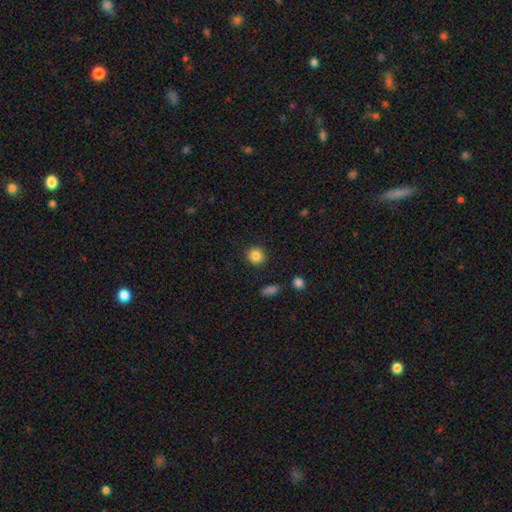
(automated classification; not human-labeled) A smooth galaxy with no disk features (86%) that is round (92%).

Vote fractions:
- Smooth or featured? smooth: 86% / star or artifact: 10% / featured or disk: 5%
- How rounded? round: 92% / in between: 7% / cigar-shaped: 1%
- Merging? none: 91% / minor disturbance: 6% / major disturbance: 2% / merger: 2%